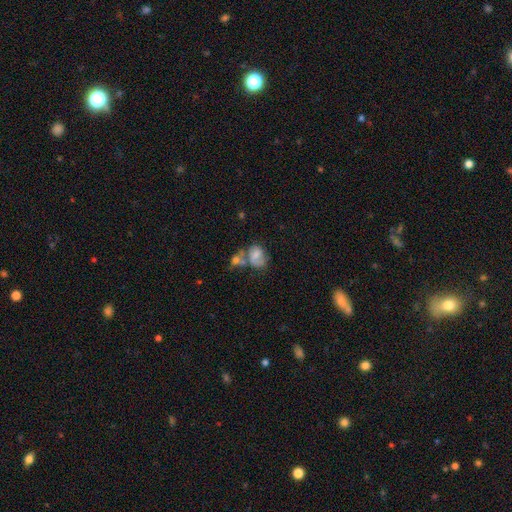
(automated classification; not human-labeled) Morphology: type=smooth (52%); roundness=in between (60%); merging=merger (40%).